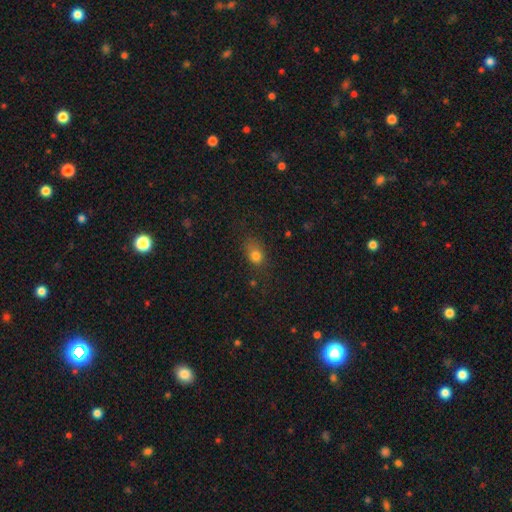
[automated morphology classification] type=smooth (78%); roundness=in between (54%); merging=none (63%).